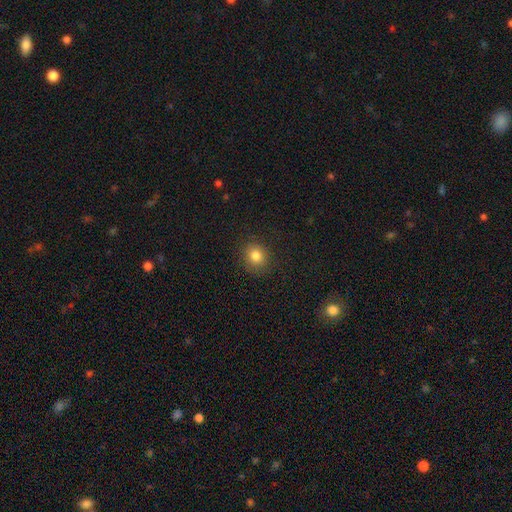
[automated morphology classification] Overall: smooth (82%). How rounded: round (79%). Merging: none (88%).